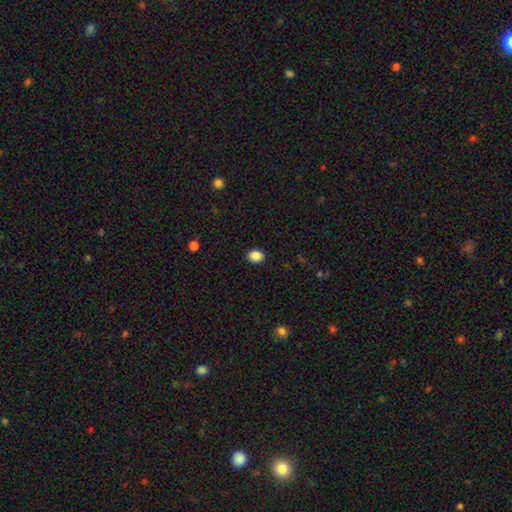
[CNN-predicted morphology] Overall: smooth (88%). How rounded: in between (64%; round 36%). Merging: none (90%).